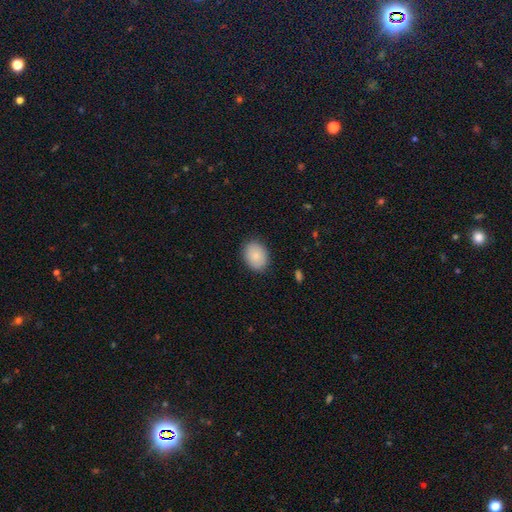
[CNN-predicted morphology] The model was most divided on "how rounded": in between: 66%, round: 34%, cigar-shaped: 1%. More confident: merging — none (87%); smooth or featured — smooth (85%).